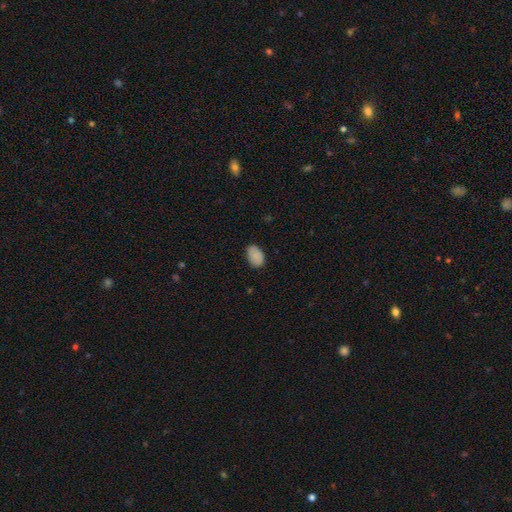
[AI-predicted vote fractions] Morphology: type=smooth (87%); roundness=in between (88%); merging=none (81%).